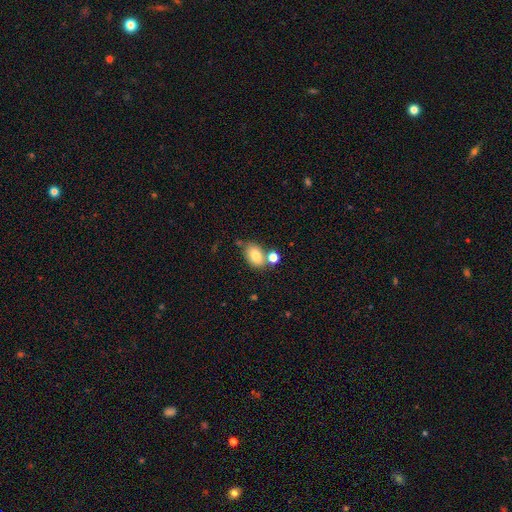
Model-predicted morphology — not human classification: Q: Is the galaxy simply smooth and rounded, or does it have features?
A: smooth — 79%.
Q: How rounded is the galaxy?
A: in between — 83%.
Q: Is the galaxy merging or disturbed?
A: none — 58%.